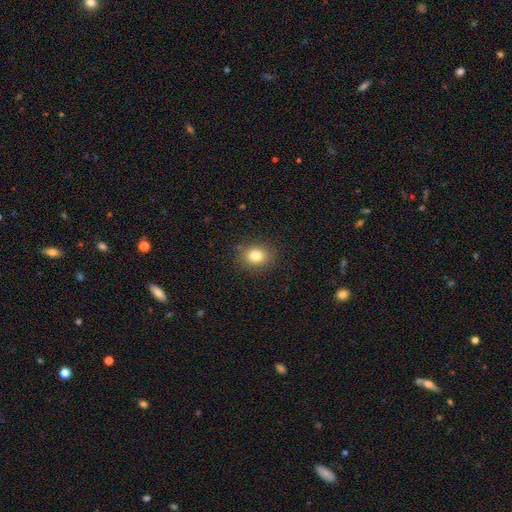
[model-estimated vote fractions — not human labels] Smooth or featured? smooth (81%)
How rounded? round (56%)
Merging? none (87%)